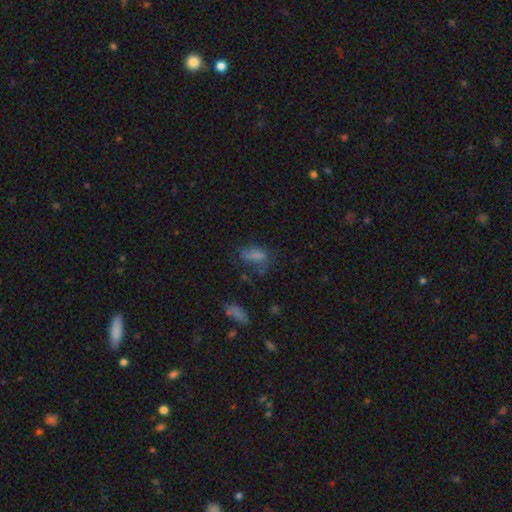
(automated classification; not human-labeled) Q: Smooth or featured?
A: smooth (66%); runner-up: featured or disk (18%)
Q: How rounded?
A: in between (80%); runner-up: cigar-shaped (12%)
Q: Merging?
A: none (41%); runner-up: minor disturbance (27%)